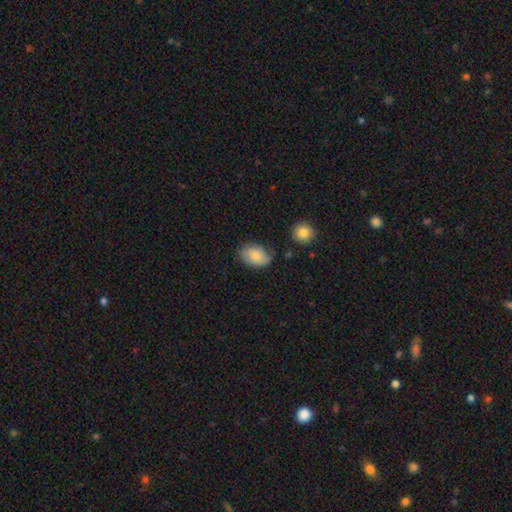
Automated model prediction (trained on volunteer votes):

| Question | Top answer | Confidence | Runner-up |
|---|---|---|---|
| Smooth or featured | smooth | 82% | featured or disk (11%) |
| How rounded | in between | 85% | round (14%) |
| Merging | none | 64% | minor disturbance (27%) |